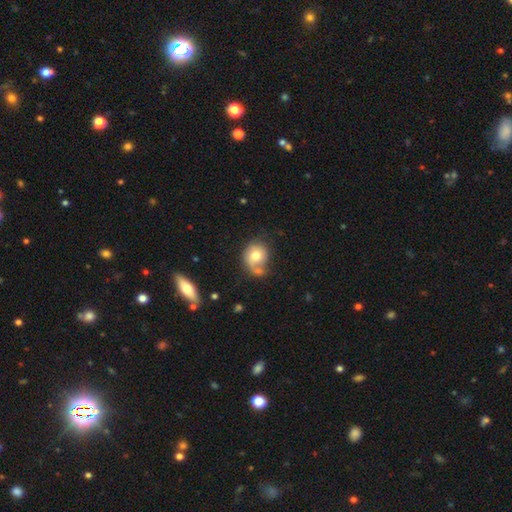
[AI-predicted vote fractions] Q: Smooth or featured?
A: smooth (68%); runner-up: featured or disk (24%)
Q: How rounded?
A: round (69%); runner-up: in between (30%)
Q: Merging?
A: none (41%); runner-up: merger (25%)